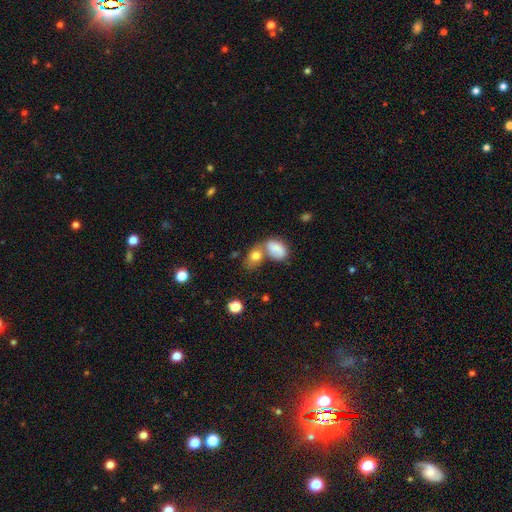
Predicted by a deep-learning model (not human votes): Overall: smooth (80%). How rounded: in between (75%). Merging: merger (47%; none 35%).